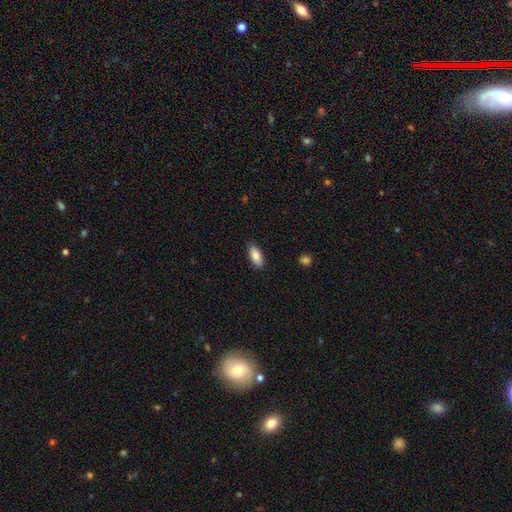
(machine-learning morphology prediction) Smooth or featured?
  - smooth: 86% *
  - featured or disk: 8%
  - star or artifact: 6%
How rounded?
  - in between: 85% *
  - cigar-shaped: 13%
  - round: 2%
Merging?
  - none: 86% *
  - minor disturbance: 11%
  - major disturbance: 2%
  - merger: 1%